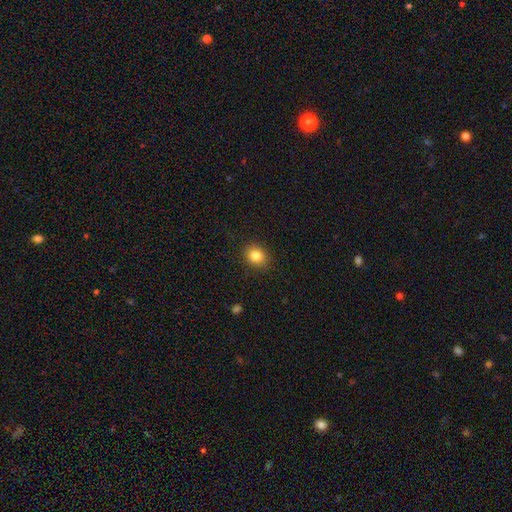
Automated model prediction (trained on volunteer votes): Smooth or featured?
  - smooth: 84% *
  - star or artifact: 10%
  - featured or disk: 6%
How rounded?
  - round: 63% *
  - in between: 36%
  - cigar-shaped: 1%
Merging?
  - none: 89% *
  - minor disturbance: 8%
  - major disturbance: 2%
  - merger: 1%